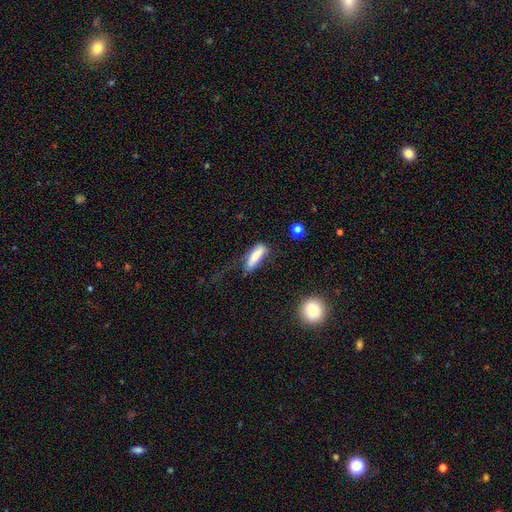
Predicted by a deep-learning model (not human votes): Smooth or featured?
  - smooth: 75% *
  - featured or disk: 18%
  - star or artifact: 7%
How rounded?
  - cigar-shaped: 51% *
  - in between: 47%
  - round: 2%
Merging?
  - none: 45% *
  - minor disturbance: 28%
  - major disturbance: 23%
  - merger: 3%